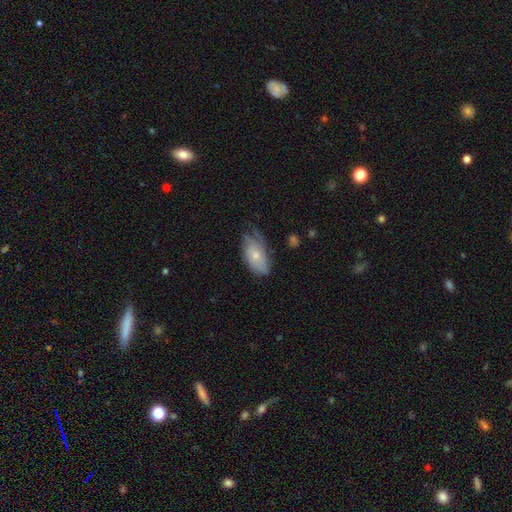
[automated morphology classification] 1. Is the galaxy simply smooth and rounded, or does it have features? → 61% smooth, 33% featured or disk, 7% star or artifact.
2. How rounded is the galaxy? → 92% in between, 5% round, 4% cigar-shaped.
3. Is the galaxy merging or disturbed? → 46% none, 37% minor disturbance, 15% major disturbance, 2% merger.